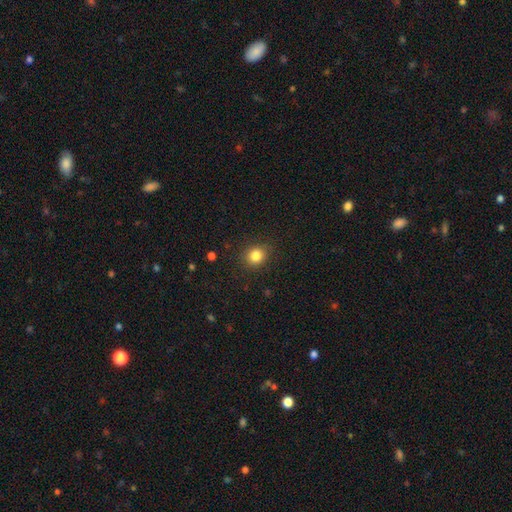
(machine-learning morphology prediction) Smooth or featured? Predicted: smooth (p=0.84). How rounded? Predicted: round (p=0.79). Merging? Predicted: none (p=0.87).